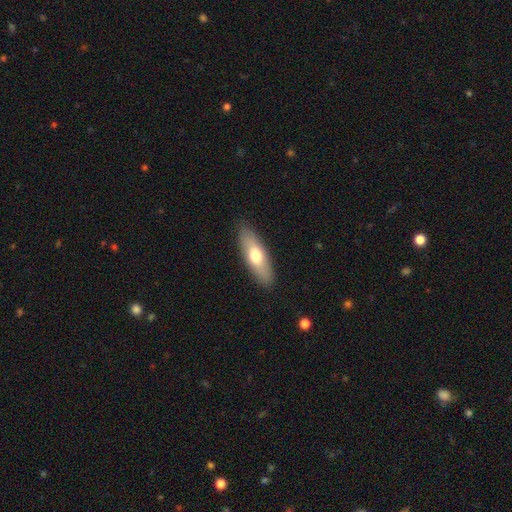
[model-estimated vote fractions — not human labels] The model was most divided on "how rounded": in between: 59%, cigar-shaped: 38%, round: 2%. More confident: merging — none (87%); smooth or featured — smooth (66%).